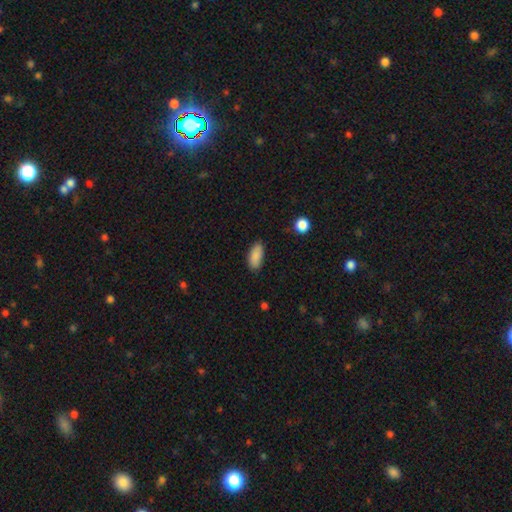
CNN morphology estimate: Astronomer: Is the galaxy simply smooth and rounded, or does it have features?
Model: smooth — 88%.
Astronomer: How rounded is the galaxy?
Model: in between — 87%.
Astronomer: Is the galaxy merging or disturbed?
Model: none — 83%.